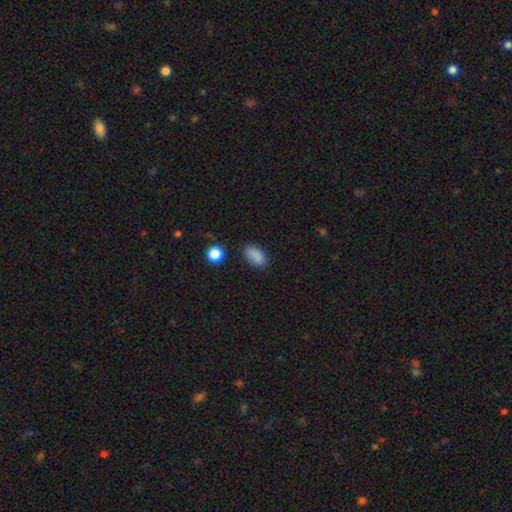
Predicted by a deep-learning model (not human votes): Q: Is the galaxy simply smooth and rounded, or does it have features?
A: smooth — 86%.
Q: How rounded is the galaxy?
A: in between — 89%.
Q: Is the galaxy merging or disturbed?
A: none — 80%.